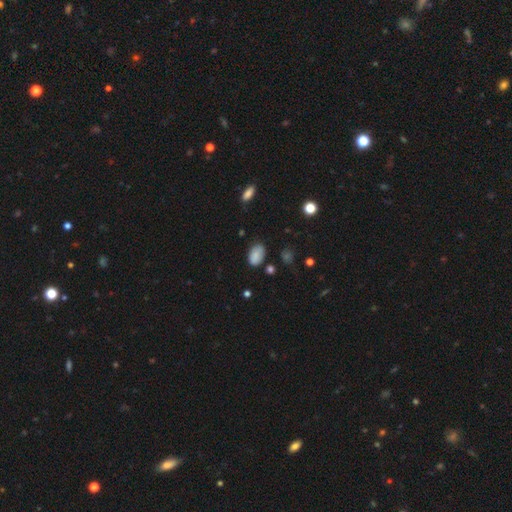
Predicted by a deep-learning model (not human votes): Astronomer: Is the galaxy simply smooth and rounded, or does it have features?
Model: smooth — 83%.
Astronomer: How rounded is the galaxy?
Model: in between — 91%.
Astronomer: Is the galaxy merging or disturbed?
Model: none — 72%.